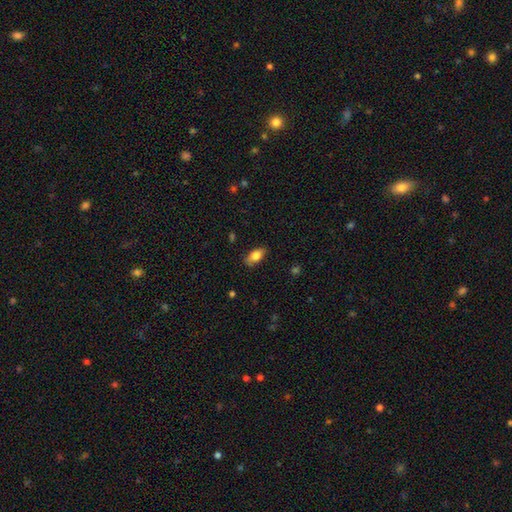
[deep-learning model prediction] smooth-or-featured: smooth: 75% | featured or disk: 18% | star or artifact: 7%
  how-rounded: in between: 86% | cigar-shaped: 8% | round: 6%
  merging: none: 78% | minor disturbance: 17% | major disturbance: 4% | merger: 1%